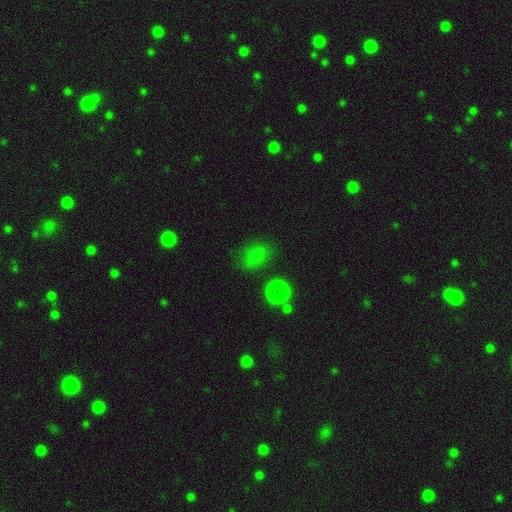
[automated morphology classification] smooth_or_featured: smooth (p=0.68) [alt: star or artifact p=0.23]
how_rounded: in between (p=0.72) [alt: round p=0.25]
merging: none (p=0.69) [alt: minor disturbance p=0.18]